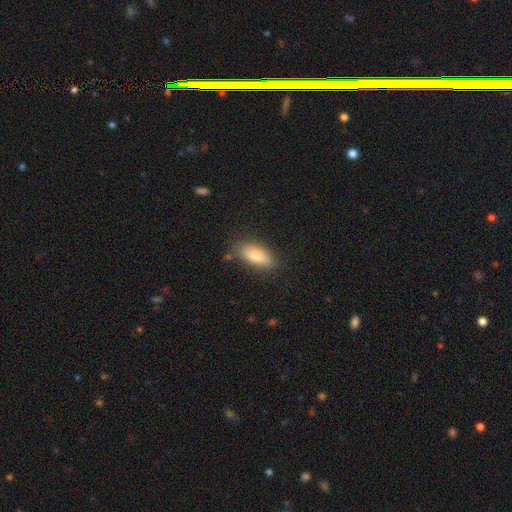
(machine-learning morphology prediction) smooth_or_featured: smooth (p=0.79) [alt: featured or disk p=0.15]
how_rounded: in between (p=0.77) [alt: cigar-shaped p=0.20]
merging: none (p=0.80) [alt: minor disturbance p=0.14]